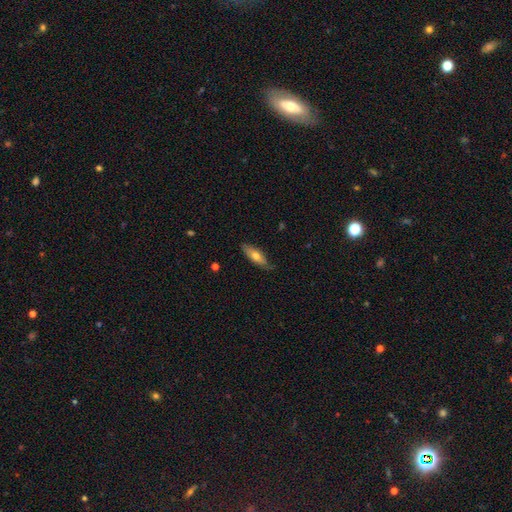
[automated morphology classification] This is likely a smooth galaxy (62%). How rounded: possibly in between (54%). Merging: likely none (75%).